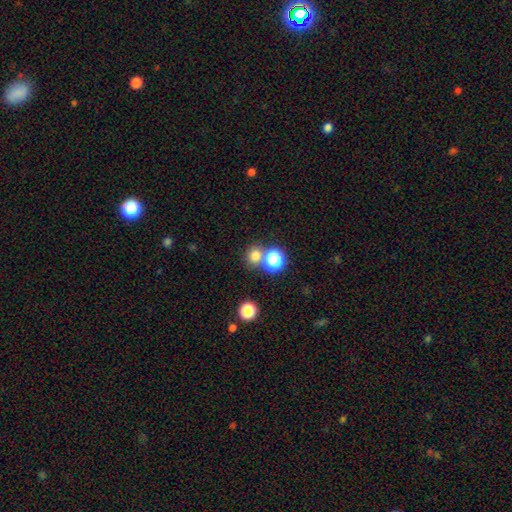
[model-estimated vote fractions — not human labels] Morphology: type=smooth (74%); roundness=round (80%); merging=none (66%).